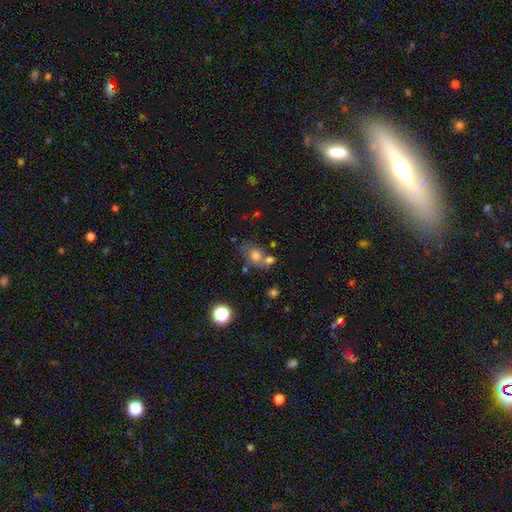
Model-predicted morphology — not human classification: This appears to be a smooth galaxy with no disk features (69%) that is in between round and cigar-shaped (67%). Merging: none (46%).